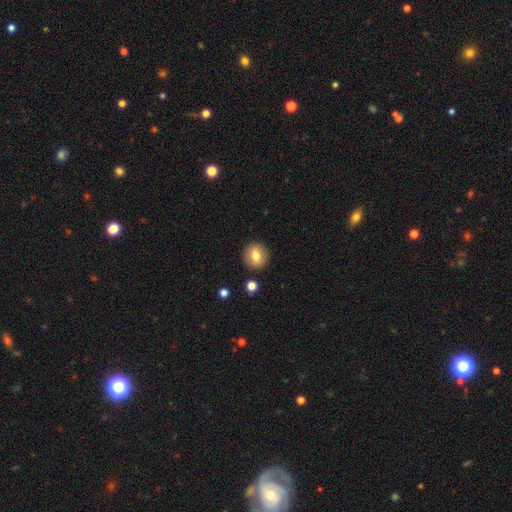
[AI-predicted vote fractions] Smooth or featured?
  - smooth: 74% *
  - featured or disk: 17%
  - star or artifact: 9%
How rounded?
  - round: 88% *
  - in between: 11%
  - cigar-shaped: 1%
Merging?
  - none: 90% *
  - minor disturbance: 6%
  - merger: 2%
  - major disturbance: 2%